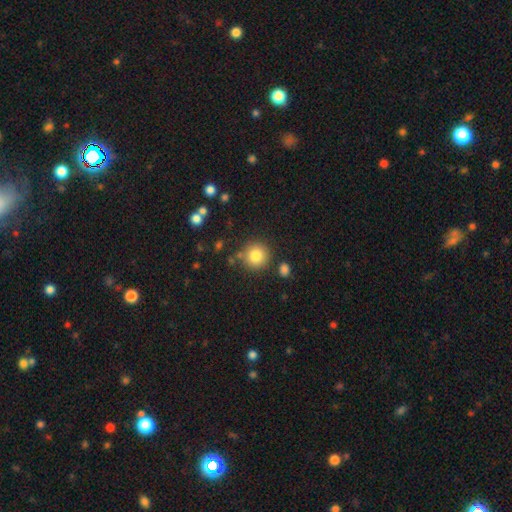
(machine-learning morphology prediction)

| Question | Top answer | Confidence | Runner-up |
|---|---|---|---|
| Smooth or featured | smooth | 83% | star or artifact (10%) |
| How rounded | round | 92% | in between (7%) |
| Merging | none | 81% | minor disturbance (10%) |